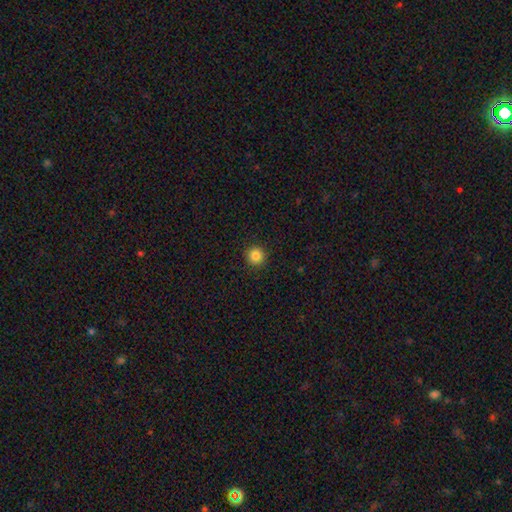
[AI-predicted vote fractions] Smooth or featured? Predicted: smooth (p=0.85). How rounded? Predicted: round (p=0.94). Merging? Predicted: none (p=0.92).